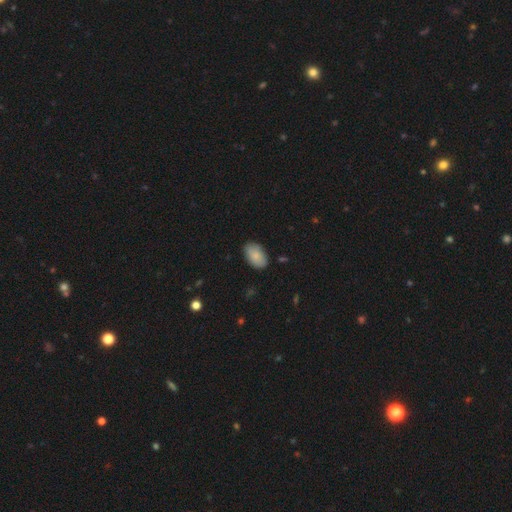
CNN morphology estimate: Smooth or featured? Predicted: smooth (p=0.86). How rounded? Predicted: in between (p=0.93). Merging? Predicted: none (p=0.82).